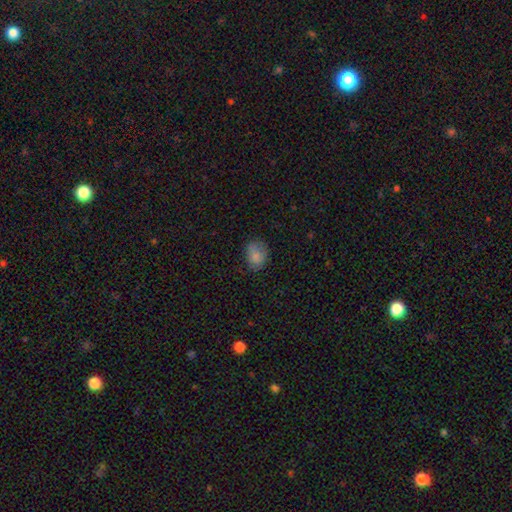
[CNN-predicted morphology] Smooth or featured? Predicted: smooth (p=0.82). How rounded? Predicted: in between (p=0.64). Merging? Predicted: none (p=0.67).